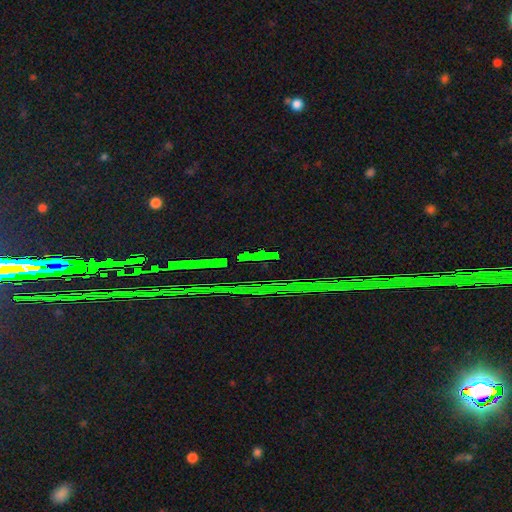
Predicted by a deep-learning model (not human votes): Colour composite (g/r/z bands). It shows a star or artifact, not a galaxy (81%).